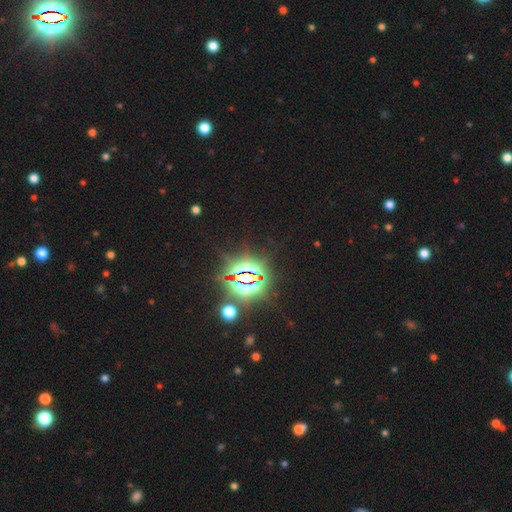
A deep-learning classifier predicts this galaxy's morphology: This is clearly a star or artifact rather than a galaxy (84%).